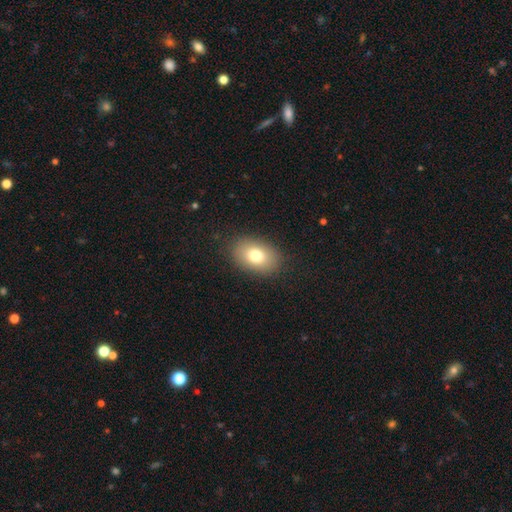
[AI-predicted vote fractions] Smooth or featured: smooth — 77% (featured or disk — 13%)
How rounded: in between — 84% (round — 15%)
Merging: none — 87% (minor disturbance — 9%)